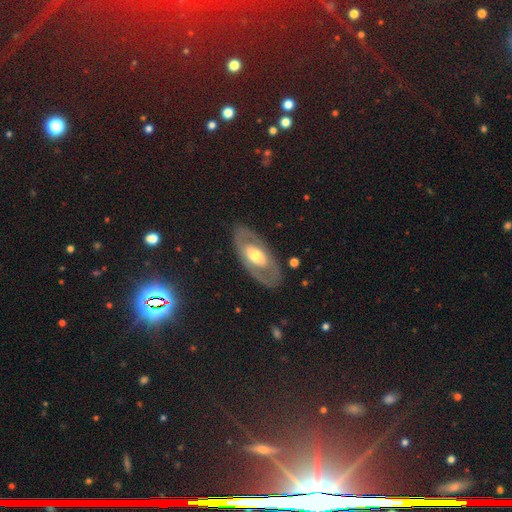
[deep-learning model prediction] smooth-or-featured: featured or disk: 62% | smooth: 33% | star or artifact: 5%
  disk-edge-on: no: 87% | yes: 13%
    bar: no: 70% | weak: 20% | strong: 10%
    has-spiral-arms: no: 72% | yes: 28%
    bulge-size: moderate: 63% | large: 23% | small: 12% | dominant: 2% | none: 1%
  merging: none: 82% | minor disturbance: 12% | major disturbance: 5% | merger: 1%